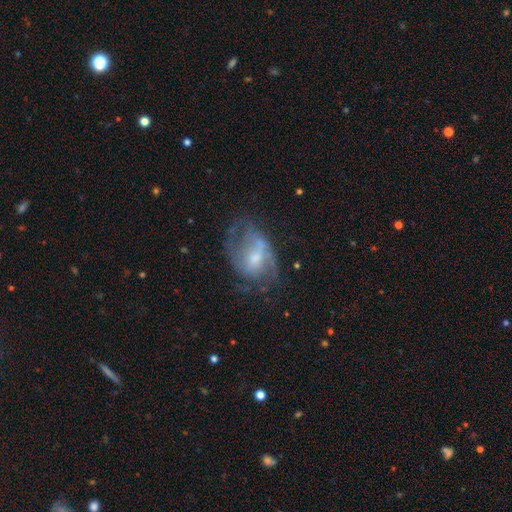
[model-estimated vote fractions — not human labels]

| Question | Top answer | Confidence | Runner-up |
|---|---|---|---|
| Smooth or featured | featured or disk | 66% | smooth (25%) |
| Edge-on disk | no | 96% | yes (4%) |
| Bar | no | 49% | weak (42%) |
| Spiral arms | yes | 66% | no (34%) |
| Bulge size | moderate | 43% | tied: small (43%) |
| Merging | none | 43% | major disturbance (29%) |